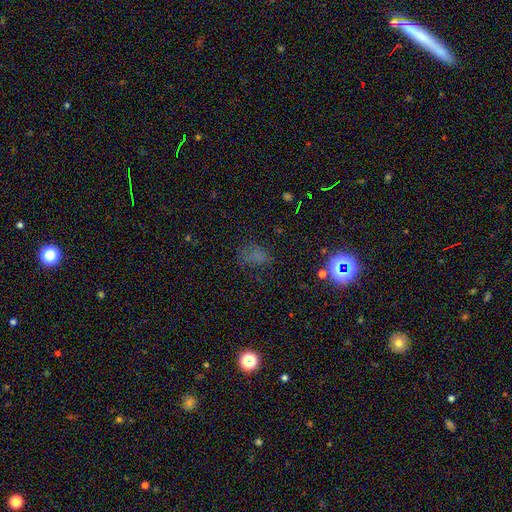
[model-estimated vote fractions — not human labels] smooth-or-featured: smooth: 48% | star or artifact: 39% | featured or disk: 13%
  merging: none: 59% | minor disturbance: 21% | major disturbance: 17% | merger: 3%